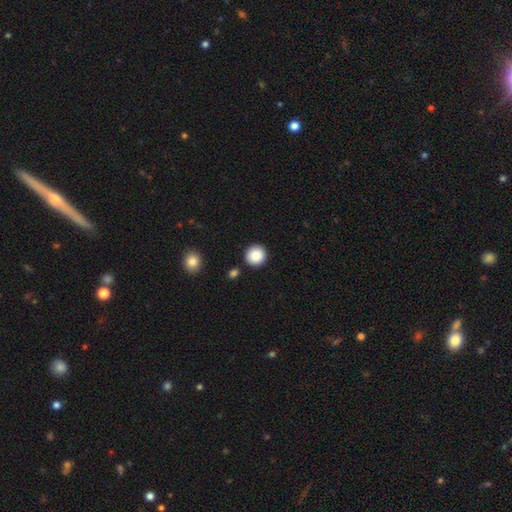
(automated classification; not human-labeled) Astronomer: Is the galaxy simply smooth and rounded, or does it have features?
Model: smooth — 87%.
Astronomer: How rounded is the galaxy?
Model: round — 93%.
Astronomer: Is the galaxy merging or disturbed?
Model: none — 90%.